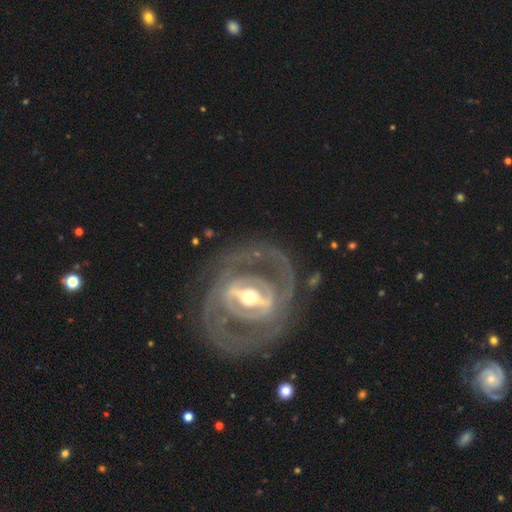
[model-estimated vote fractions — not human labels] Q: Smooth or featured?
A: featured or disk (89%); runner-up: smooth (6%)
Q: Edge-on disk?
A: no (94%); runner-up: yes (6%)
Q: Bar?
A: strong (68%); runner-up: weak (23%)
Q: Spiral arms?
A: yes (84%); runner-up: no (16%)
Q: Spiral winding?
A: tight (57%); runner-up: medium (33%)
Q: Spiral arm count?
A: 2 (64%); runner-up: can't tell (17%)
Q: Bulge size?
A: moderate (60%); runner-up: small (26%)
Q: Merging?
A: none (76%); runner-up: minor disturbance (13%)